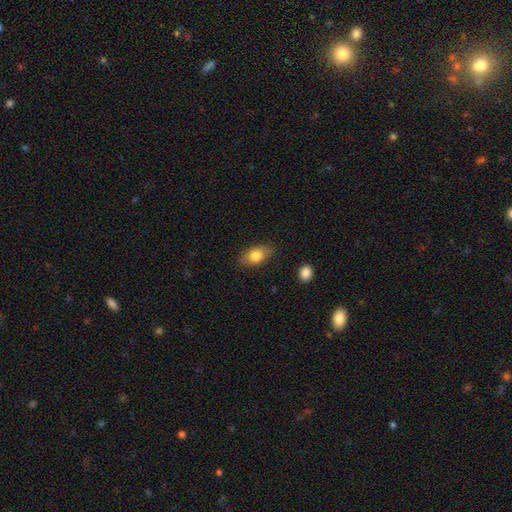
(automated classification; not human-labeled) Overall: smooth (79%). How rounded: in between (86%). Merging: none (83%).